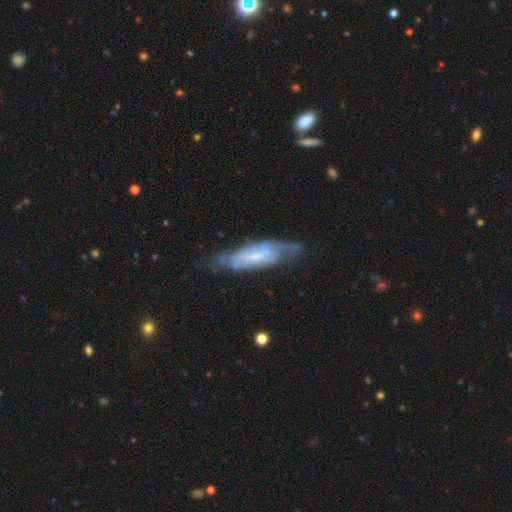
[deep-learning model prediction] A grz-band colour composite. It shows a featured or disk galaxy (71%) with a weak bar (45%), spiral arms (79%) and a small central bulge (57%). Merging: none (61%).